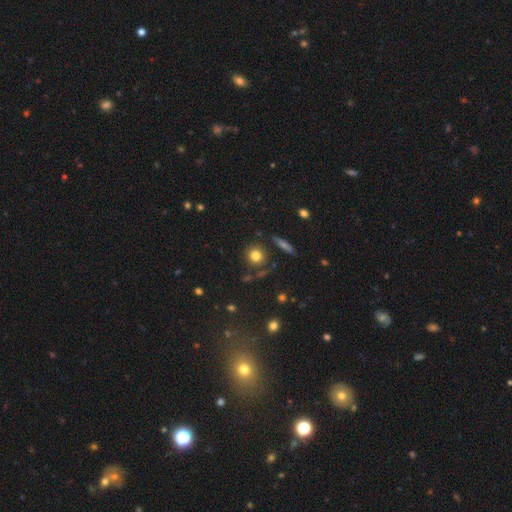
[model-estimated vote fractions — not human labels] smooth-or-featured: smooth: 78% | star or artifact: 13% | featured or disk: 9%
  how-rounded: round: 90% | in between: 9% | cigar-shaped: 1%
  merging: none: 81% | minor disturbance: 10% | merger: 6% | major disturbance: 4%